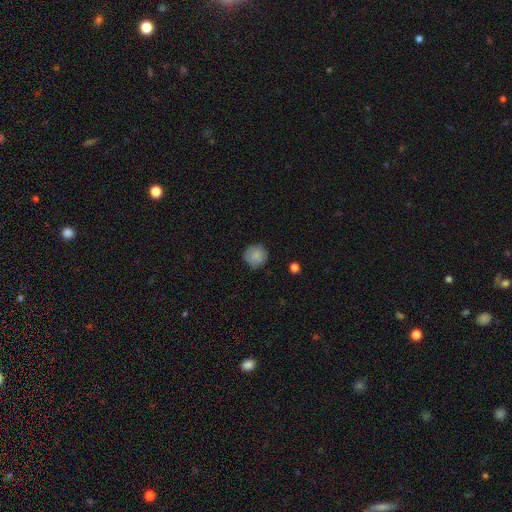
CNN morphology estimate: This appears to be a smooth galaxy with no disk features (86%) that is round (93%). Merging: none (84%).